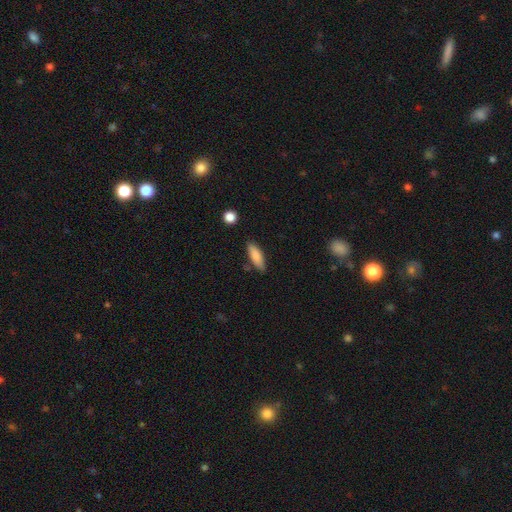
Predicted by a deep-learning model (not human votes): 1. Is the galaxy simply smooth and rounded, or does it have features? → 83% smooth, 11% featured or disk, 6% star or artifact.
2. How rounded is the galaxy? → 54% in between, 44% cigar-shaped, 2% round.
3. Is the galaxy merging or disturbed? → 82% none, 12% minor disturbance, 3% merger, 2% major disturbance.